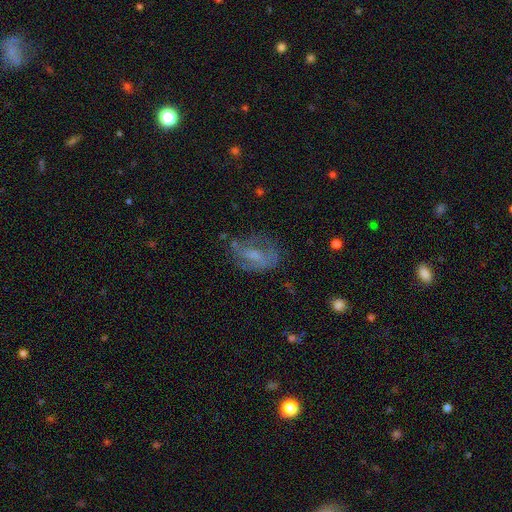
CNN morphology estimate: A featured or disk galaxy (55%) with no bar (49%), spiral arms (59%) and a small central bulge (37%).

Vote fractions:
- Smooth or featured? featured or disk: 55% / smooth: 33% / star or artifact: 11%
- Edge-on disk? no: 95% / yes: 5%
- Bar? no: 49% / weak: 40% / strong: 12%
- Spiral arms? yes: 59% / no: 41%
- Bulge size? small: 37% / moderate: 32% / none: 25% / large: 4% / dominant: 1%
- Merging? none: 49% / minor disturbance: 24% / major disturbance: 23% / merger: 3%